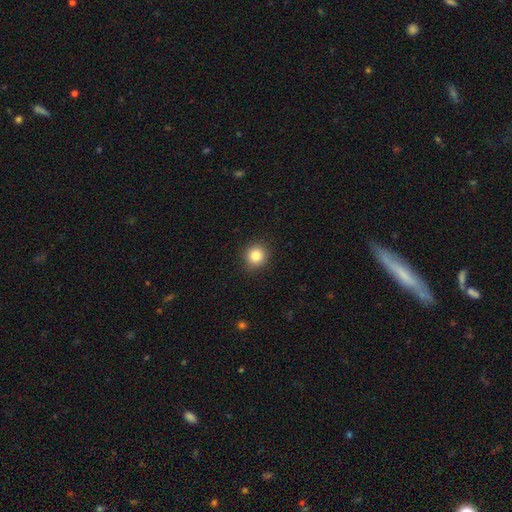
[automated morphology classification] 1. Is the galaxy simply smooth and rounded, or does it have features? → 83% smooth, 11% star or artifact, 6% featured or disk.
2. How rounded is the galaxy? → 90% round, 9% in between, 1% cigar-shaped.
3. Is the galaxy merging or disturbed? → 90% none, 7% minor disturbance, 2% major disturbance, 1% merger.